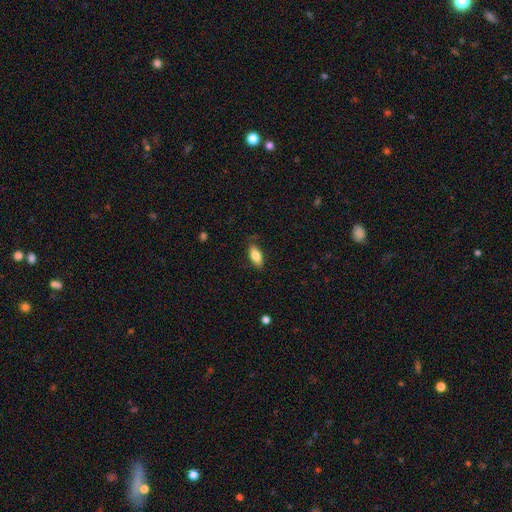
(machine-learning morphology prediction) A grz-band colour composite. It shows a smooth galaxy with no disk features (80%) that is in between round and cigar-shaped (84%). Merging: none (81%).